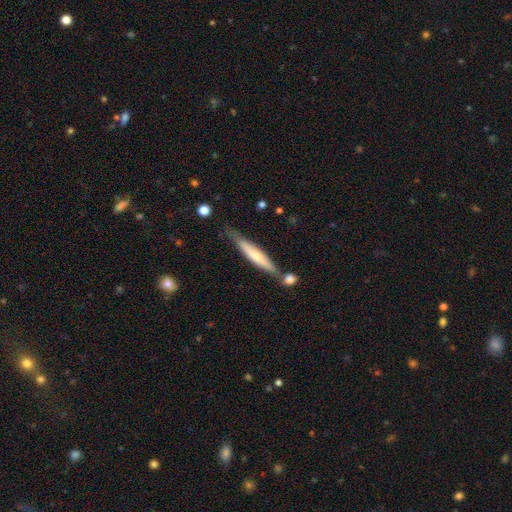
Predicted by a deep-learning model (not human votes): Smooth or featured? Predicted: smooth (p=0.48). Merging? Predicted: none (p=0.63).